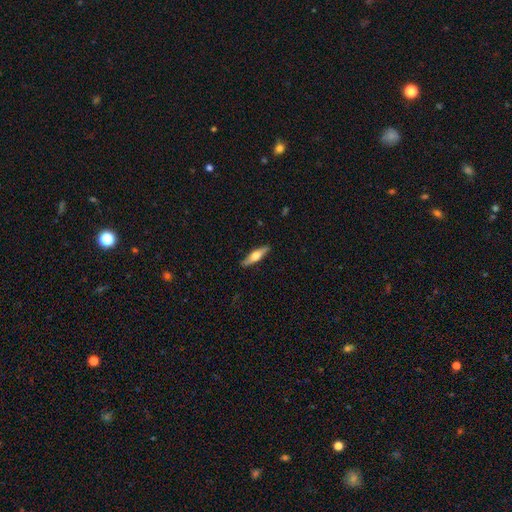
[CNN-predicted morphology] featured or disk 49%, smooth 45%, star or artifact 5%. Down the decision tree: merging — none (88%).